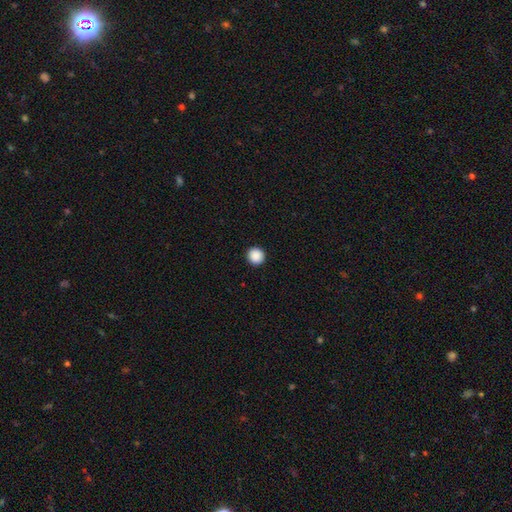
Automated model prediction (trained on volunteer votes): Morphology: type=smooth (89%); roundness=round (94%); merging=none (94%).